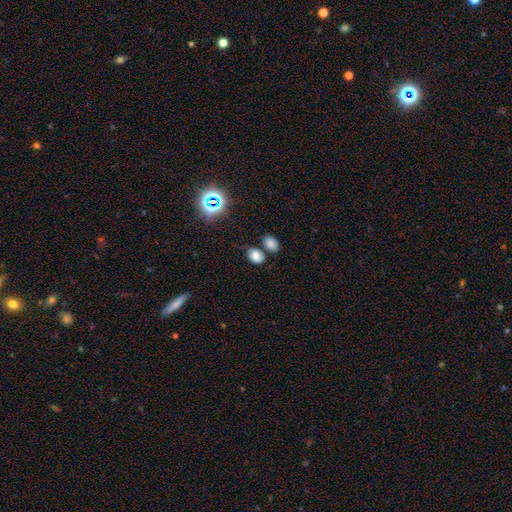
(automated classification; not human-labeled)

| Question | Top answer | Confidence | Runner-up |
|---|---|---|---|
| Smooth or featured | smooth | 71% | star or artifact (17%) |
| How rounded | in between | 68% | round (30%) |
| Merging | none | 53% | merger (23%) |